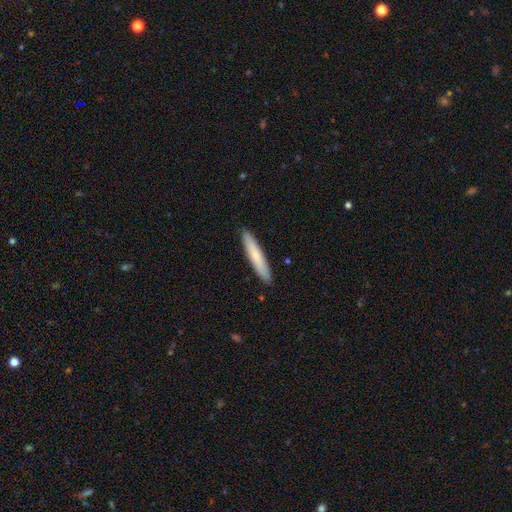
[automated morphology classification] The model was most divided on "smooth or featured": smooth: 72%, featured or disk: 23%, star or artifact: 5%. More confident: how rounded — cigar-shaped (93%); merging — none (91%).